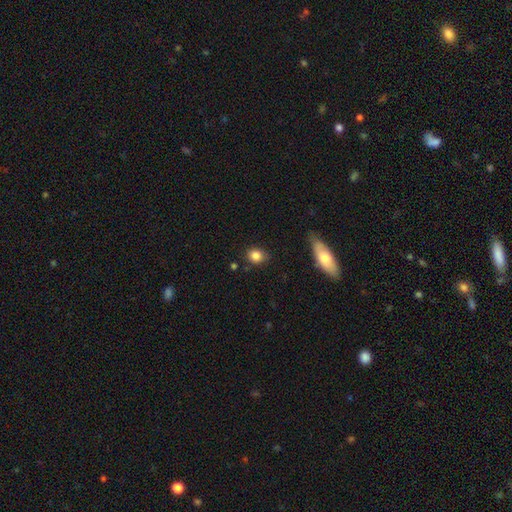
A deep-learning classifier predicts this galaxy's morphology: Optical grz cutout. It shows a smooth galaxy with no disk features (85%) that is round (65%). Merging: none (81%).